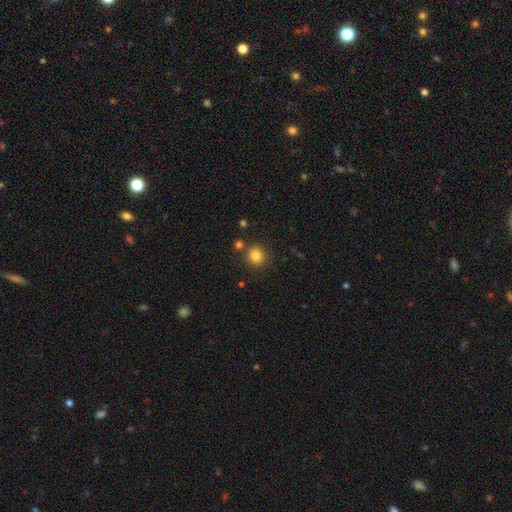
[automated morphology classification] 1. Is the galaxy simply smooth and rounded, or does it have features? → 84% smooth, 11% star or artifact, 5% featured or disk.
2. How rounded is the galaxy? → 88% round, 11% in between, 1% cigar-shaped.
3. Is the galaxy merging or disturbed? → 82% none, 8% minor disturbance, 6% merger, 3% major disturbance.